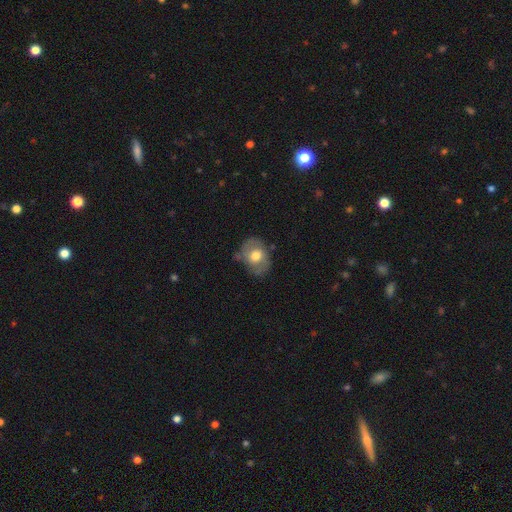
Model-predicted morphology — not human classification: Overall: smooth (54%; featured or disk 39%). How rounded: in between (55%; round 44%). Merging: none (57%; minor disturbance 29%).